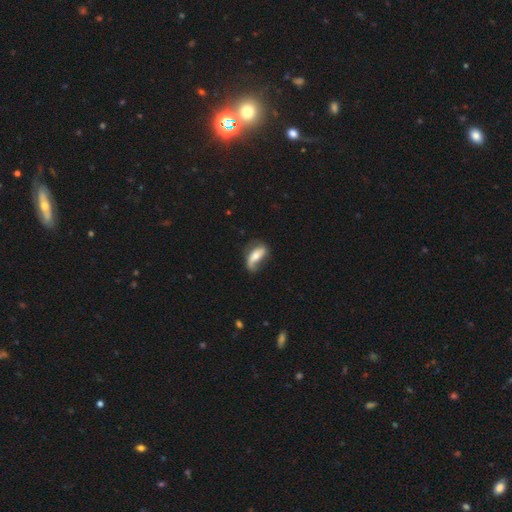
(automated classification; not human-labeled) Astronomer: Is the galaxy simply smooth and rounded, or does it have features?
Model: featured or disk — 51% (runner-up: smooth, 42%).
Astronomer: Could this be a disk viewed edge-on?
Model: no — 85%.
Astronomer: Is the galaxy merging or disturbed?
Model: none — 44% (runner-up: minor disturbance, 30%).